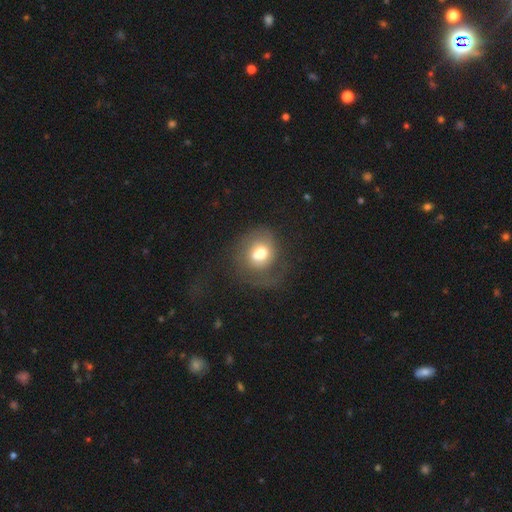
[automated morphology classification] This is possibly a smooth galaxy (60%). How rounded: likely round (71%). Merging: marginally none (37%).